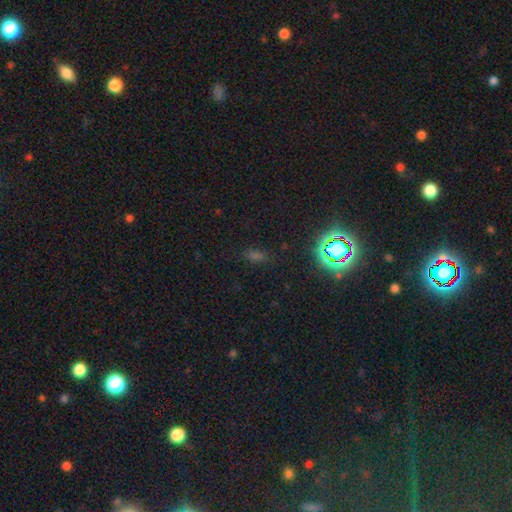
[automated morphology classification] Smooth or featured? star or artifact (49%)